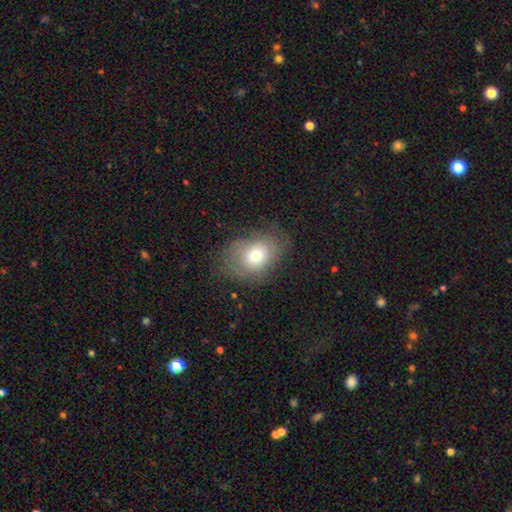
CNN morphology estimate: This is likely a smooth galaxy (68%). How rounded: likely in between (63%). Merging: likely none (67%).